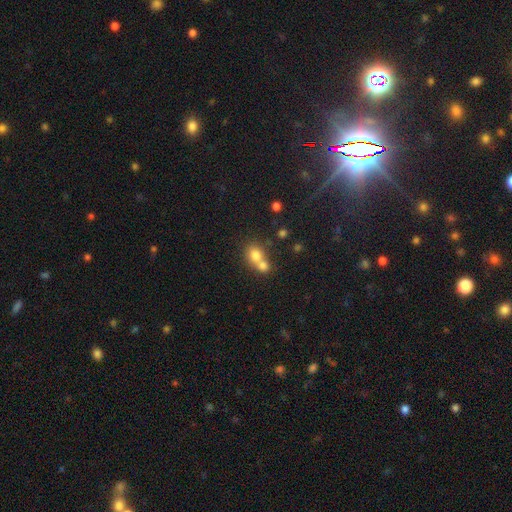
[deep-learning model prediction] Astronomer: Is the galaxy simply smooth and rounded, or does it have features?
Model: smooth — 76%.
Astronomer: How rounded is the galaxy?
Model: round — 69%.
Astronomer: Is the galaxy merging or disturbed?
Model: merger — 62%.